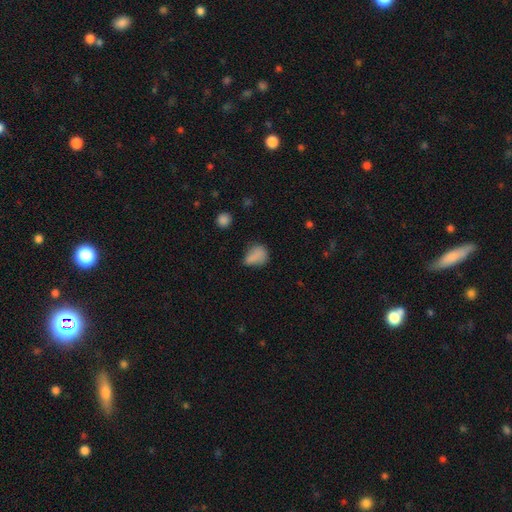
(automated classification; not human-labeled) A smooth galaxy with no disk features (79%) that is in between round and cigar-shaped (69%).

Vote fractions:
- Smooth or featured? smooth: 79% / star or artifact: 12% / featured or disk: 9%
- How rounded? in between: 69% / round: 28% / cigar-shaped: 3%
- Merging? none: 45% / minor disturbance: 35% / major disturbance: 15% / merger: 5%